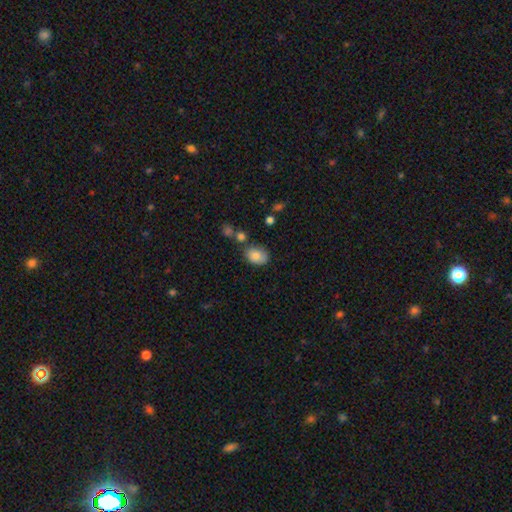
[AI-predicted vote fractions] This is clearly a smooth galaxy (83%). How rounded: likely in between (72%). Merging: likely none (66%).